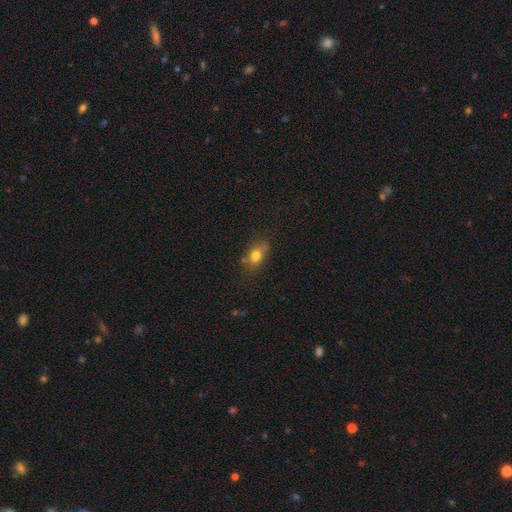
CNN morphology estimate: The model was most divided on "how rounded": in between: 57%, round: 41%, cigar-shaped: 3%. More confident: smooth or featured — smooth (77%); merging — none (61%).